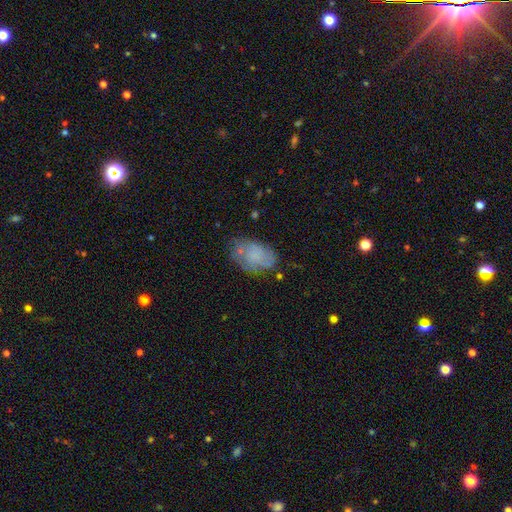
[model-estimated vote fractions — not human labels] A smooth galaxy with no disk features (57%) that is in between round and cigar-shaped (88%).

Vote fractions:
- Smooth or featured? smooth: 57% / featured or disk: 34% / star or artifact: 9%
- How rounded? in between: 88% / round: 11% / cigar-shaped: 2%
- Merging? none: 58% / minor disturbance: 26% / major disturbance: 11% / merger: 5%